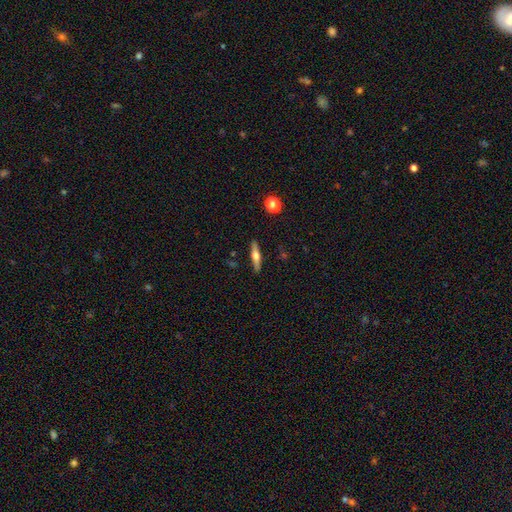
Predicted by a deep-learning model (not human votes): smooth_or_featured: featured or disk (p=0.56) [alt: smooth p=0.38]
disk_edge_on: yes (p=0.95) [alt: no p=0.05]
edge_on_bulge: rounded (p=0.93) [alt: boxy p=0.04]
merging: none (p=0.90) [alt: minor disturbance p=0.07]